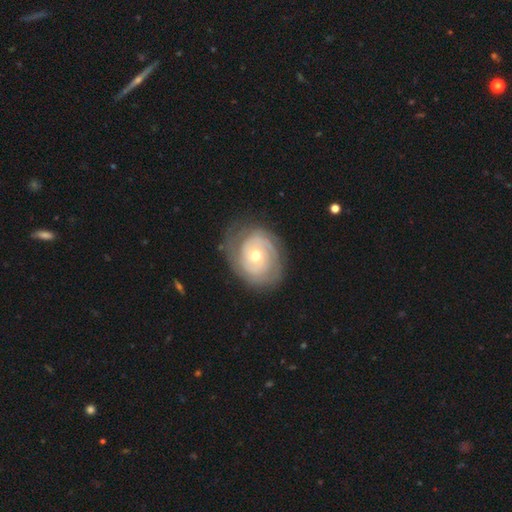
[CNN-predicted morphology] A featured or disk galaxy (79%) with no bar (78%), 2 (36%, tied with can't tell) tight (74%) spiral arms (89%) and a moderate central bulge (62%).

Vote fractions:
- Smooth or featured? featured or disk: 79% / smooth: 16% / star or artifact: 6%
- Edge-on disk? no: 97% / yes: 3%
- Bar? no: 78% / weak: 18% / strong: 4%
- Spiral arms? yes: 89% / no: 11%
- Spiral winding? tight: 74% / medium: 20% / loose: 6%
- Spiral arm count? 2: 36% (tied) / can't tell: 36% (tied) / 3: 14% / 1: 6% / 4: 5% / more than 4: 4%
- Bulge size? moderate: 62% / small: 33% / large: 3% / dominant: 1% / none: 1%
- Merging? none: 72% / minor disturbance: 19% / major disturbance: 8% / merger: 1%